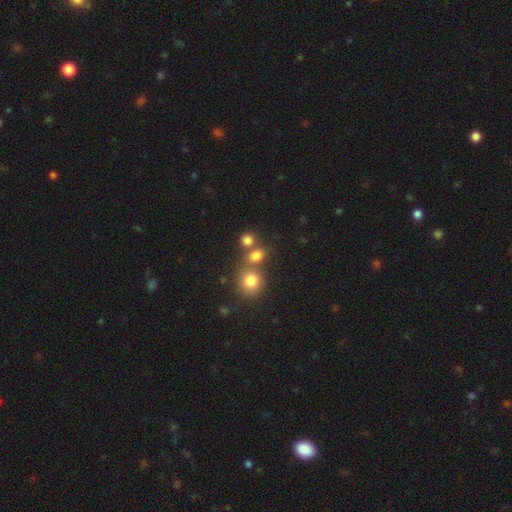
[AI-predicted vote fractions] Smooth or featured? Predicted: smooth (p=0.78). How rounded? Predicted: round (p=0.66). Merging? Predicted: none (p=0.55).